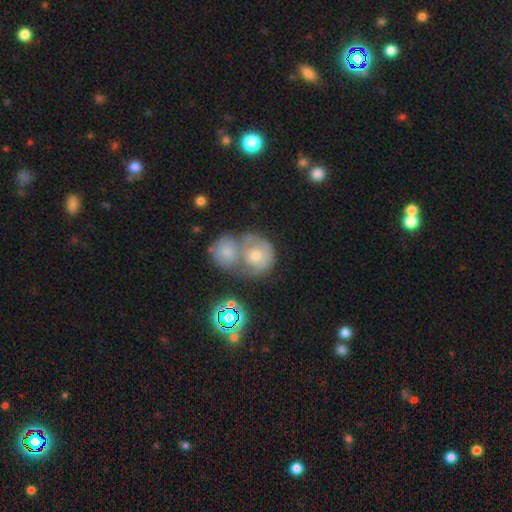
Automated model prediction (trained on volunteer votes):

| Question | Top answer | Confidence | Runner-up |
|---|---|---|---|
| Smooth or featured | featured or disk | 48% | smooth (35%) |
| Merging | merger | 63% | none (23%) |